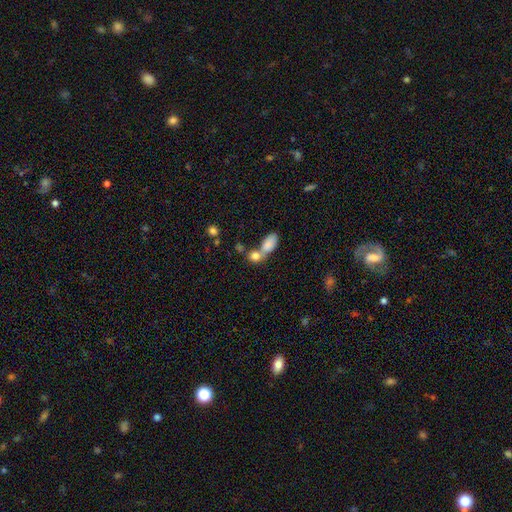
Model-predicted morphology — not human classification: type=smooth (79%); roundness=in between (54%); merging=merger (61%).